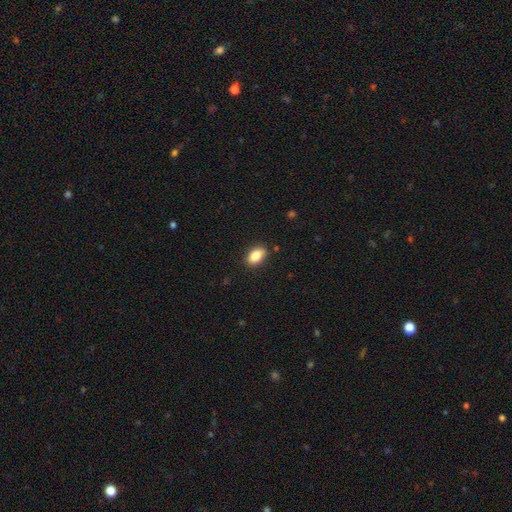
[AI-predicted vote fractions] A smooth galaxy with no disk features (86%) that is in between round and cigar-shaped (89%). Merging: none (85%).